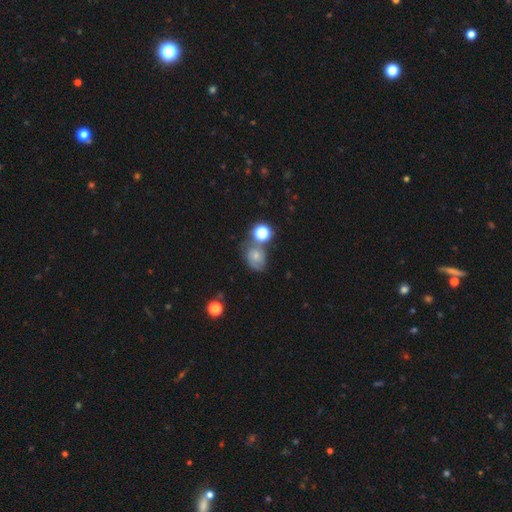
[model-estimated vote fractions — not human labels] A smooth galaxy with no disk features (45%). Merging: none (48%).